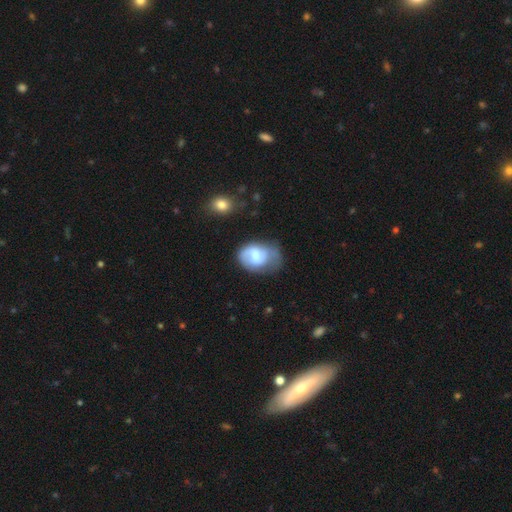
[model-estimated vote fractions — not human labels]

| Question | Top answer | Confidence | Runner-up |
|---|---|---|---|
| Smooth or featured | featured or disk | 55% | smooth (38%) |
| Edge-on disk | no | 97% | yes (3%) |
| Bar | weak | 47% | no (42%) |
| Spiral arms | yes | 81% | no (19%) |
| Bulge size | moderate | 41% | small (29%) |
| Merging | none | 42% | minor disturbance (33%) |